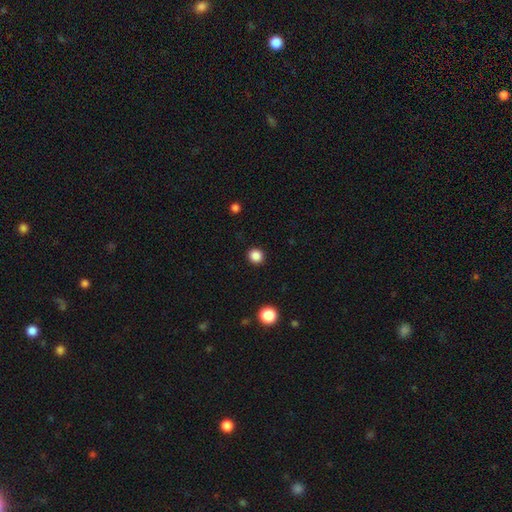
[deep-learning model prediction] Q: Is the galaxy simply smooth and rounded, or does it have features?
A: smooth — 86%.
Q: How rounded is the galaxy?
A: round — 89%.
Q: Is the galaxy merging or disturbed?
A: none — 92%.